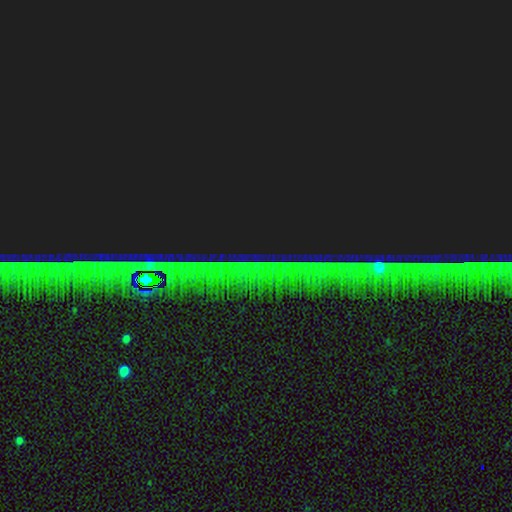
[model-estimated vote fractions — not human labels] Morphology: type=star or artifact (86%).